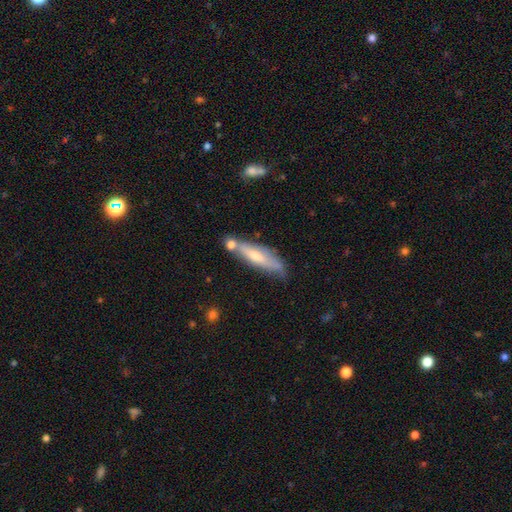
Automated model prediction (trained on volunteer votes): Overall: smooth (50%; featured or disk 44%). How rounded: cigar-shaped (70%). Merging: none (53%; minor disturbance 23%).